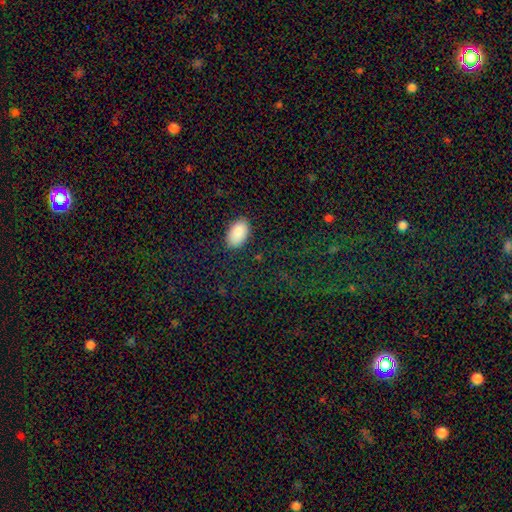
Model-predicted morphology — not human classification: smooth 58%, star or artifact 33%, featured or disk 9%. Down the decision tree: how rounded — in between (78%); merging — none (75%).